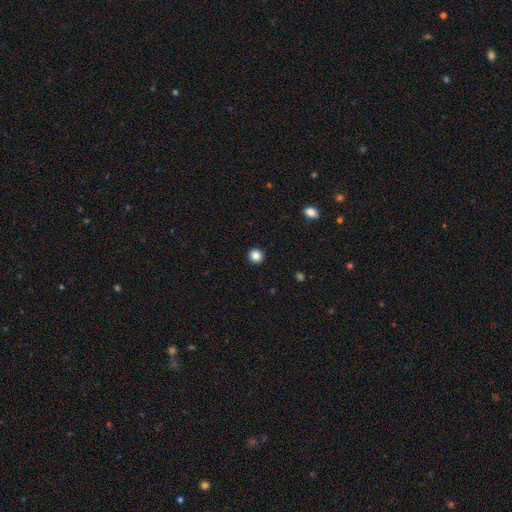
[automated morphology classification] This is clearly a smooth galaxy (85%). How rounded: clearly round (95%). Merging: clearly none (94%).